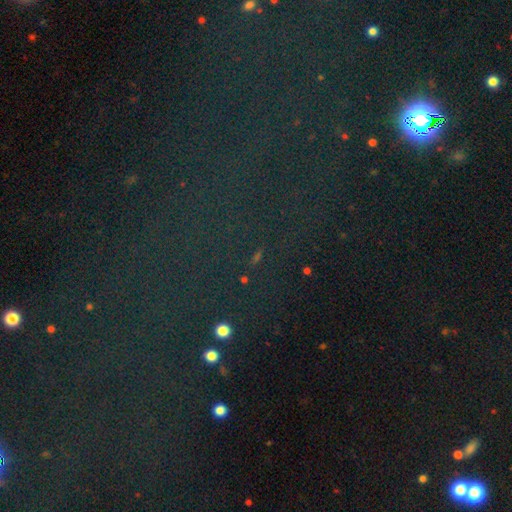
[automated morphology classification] Overall: star or artifact (79%).